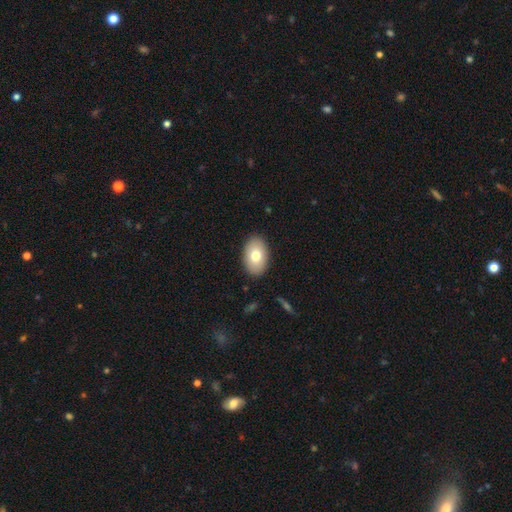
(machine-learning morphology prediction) Smooth or featured: smooth — 76% (featured or disk — 17%)
How rounded: in between — 91% (round — 8%)
Merging: none — 89% (minor disturbance — 8%)